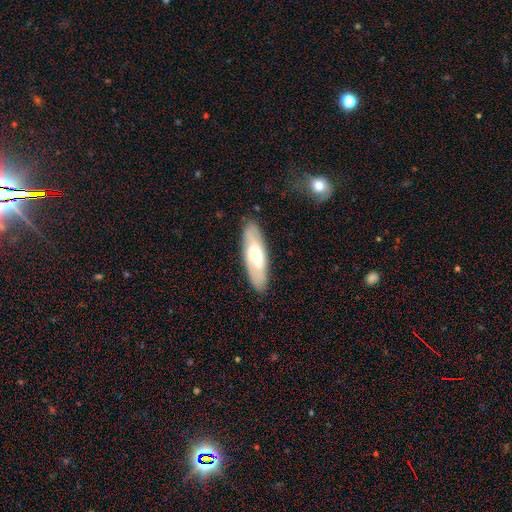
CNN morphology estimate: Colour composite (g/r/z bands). It shows a featured or disk galaxy (49%). Merging: none (85%).